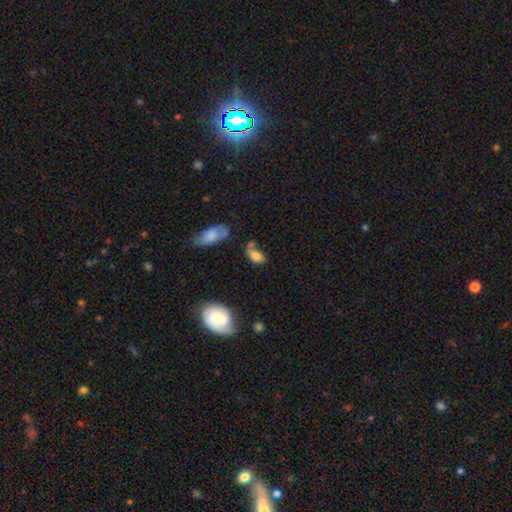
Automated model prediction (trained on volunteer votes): Morphology: type=smooth (72%); roundness=in between (86%); merging=none (35%).